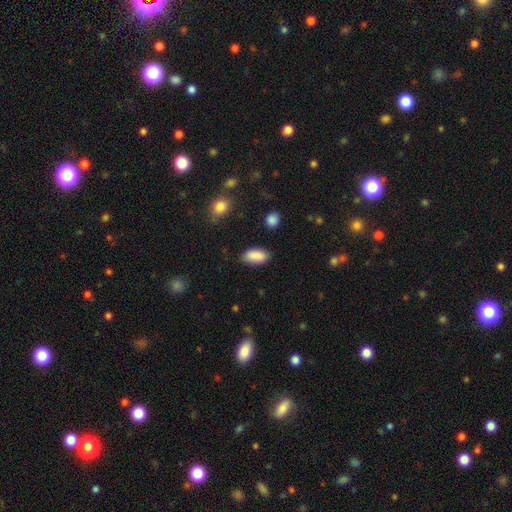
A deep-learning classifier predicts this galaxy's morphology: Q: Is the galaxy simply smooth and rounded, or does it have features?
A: smooth — 89%.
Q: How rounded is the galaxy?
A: in between — 91%.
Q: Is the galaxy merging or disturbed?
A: none — 83%.